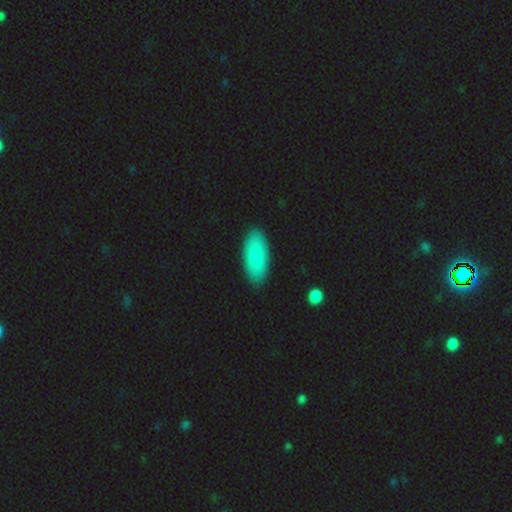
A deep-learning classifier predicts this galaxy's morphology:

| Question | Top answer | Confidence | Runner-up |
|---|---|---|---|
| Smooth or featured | smooth | 88% | featured or disk (6%) |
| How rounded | in between | 86% | cigar-shaped (12%) |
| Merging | none | 89% | minor disturbance (8%) |